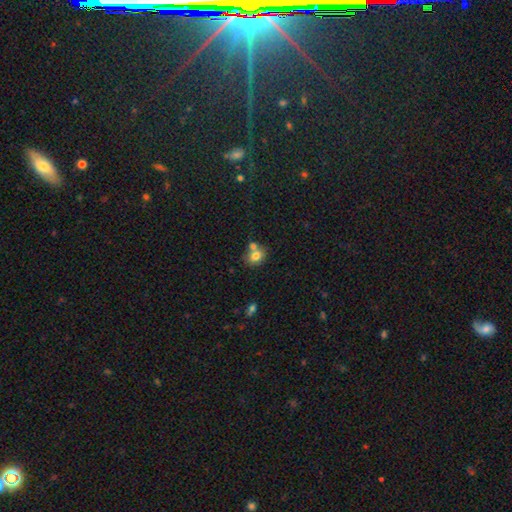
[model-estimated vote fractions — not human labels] Smooth or featured: smooth — 77% (featured or disk — 13%)
How rounded: round — 51% (in between — 48%)
Merging: none — 48% (merger — 37%)